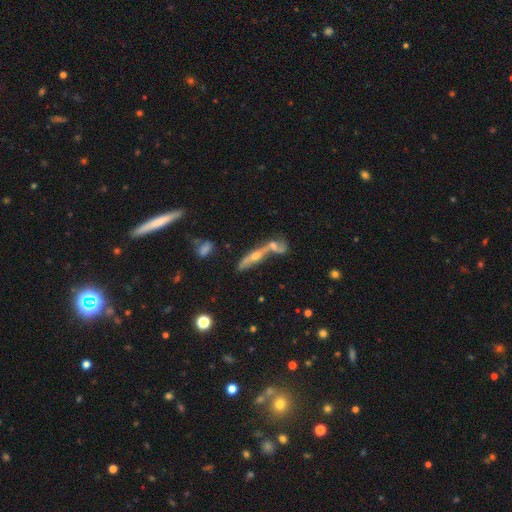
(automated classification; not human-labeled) Q: Smooth or featured?
A: featured or disk (60%); runner-up: smooth (29%)
Q: Edge-on disk?
A: yes (79%); runner-up: no (21%)
Q: Merging?
A: merger (45%); runner-up: none (37%)